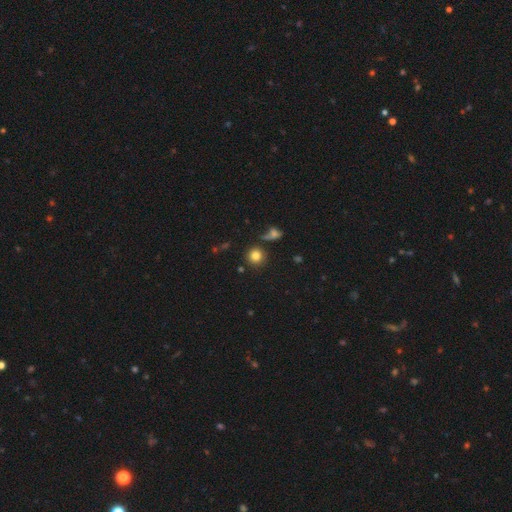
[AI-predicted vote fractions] smooth 81%, star or artifact 12%, featured or disk 7%. Down the decision tree: how rounded — round (92%); merging — none (79%).